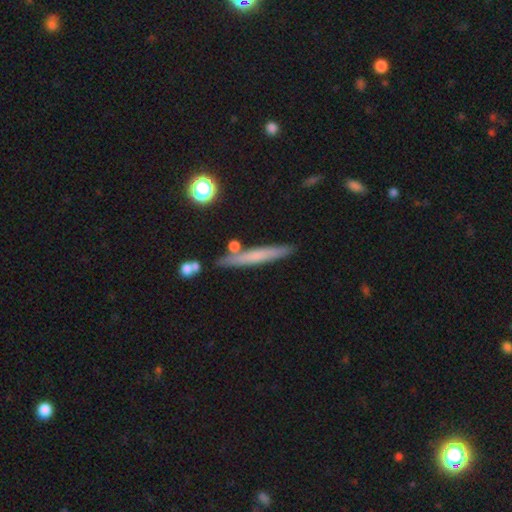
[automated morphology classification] smooth-or-featured: smooth: 55% | featured or disk: 37% | star or artifact: 8%
  how-rounded: cigar-shaped: 94% | in between: 4% | round: 2%
  merging: none: 81% | minor disturbance: 11% | merger: 6% | major disturbance: 3%